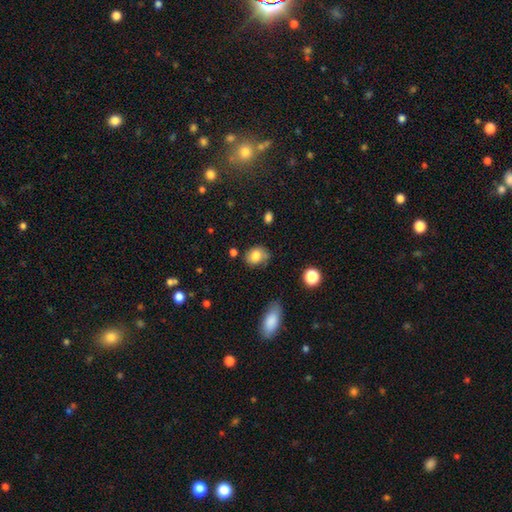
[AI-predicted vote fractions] Q: Smooth or featured?
A: smooth (78%); runner-up: featured or disk (13%)
Q: How rounded?
A: in between (52%); runner-up: round (47%)
Q: Merging?
A: none (61%); runner-up: minor disturbance (28%)